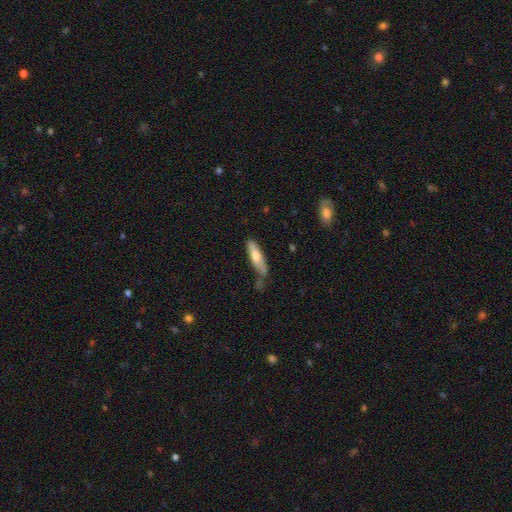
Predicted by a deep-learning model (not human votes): Smooth or featured?
  - smooth: 64% *
  - featured or disk: 30%
  - star or artifact: 6%
How rounded?
  - cigar-shaped: 66% *
  - in between: 32%
  - round: 2%
Merging?
  - none: 59% *
  - minor disturbance: 26%
  - merger: 8%
  - major disturbance: 7%